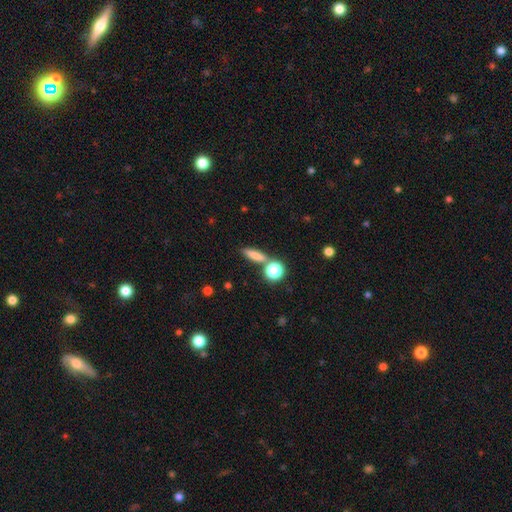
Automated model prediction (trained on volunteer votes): Morphology: type=smooth (78%); roundness=cigar-shaped (53%); merging=none (69%).